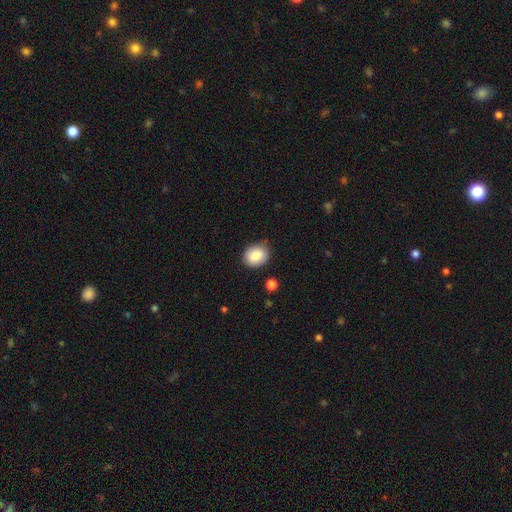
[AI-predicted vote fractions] A smooth galaxy with no disk features (84%) that is round (59%). Merging: none (79%).